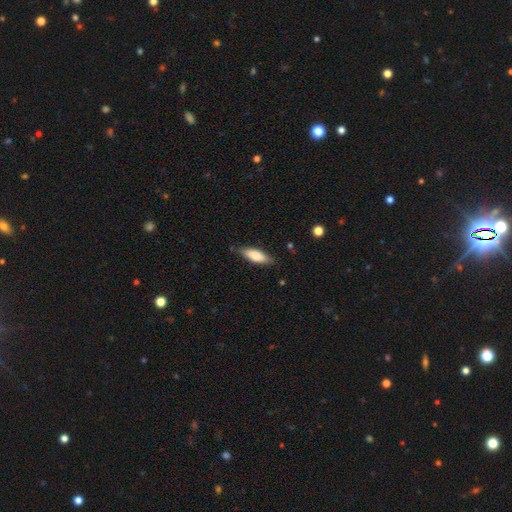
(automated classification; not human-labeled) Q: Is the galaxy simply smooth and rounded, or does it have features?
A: smooth — 79%.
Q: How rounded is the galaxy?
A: in between — 58%.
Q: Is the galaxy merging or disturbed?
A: none — 81%.